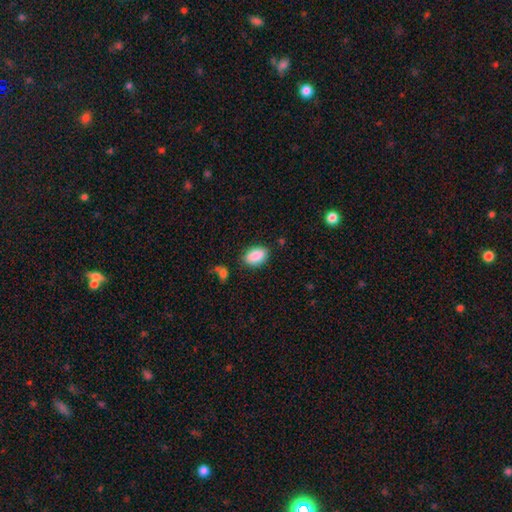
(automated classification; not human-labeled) This appears to be a smooth galaxy with no disk features (89%) that is in between round and cigar-shaped (90%). Merging: none (83%).